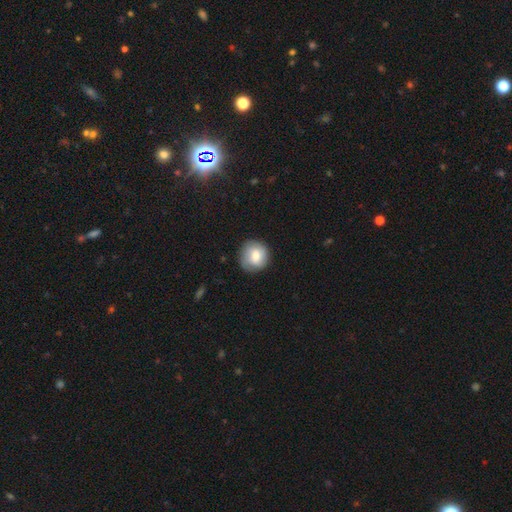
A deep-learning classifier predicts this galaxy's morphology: smooth_or_featured: smooth (p=0.70) [alt: featured or disk p=0.22]
how_rounded: round (p=0.91) [alt: in between p=0.08]
merging: none (p=0.82) [alt: minor disturbance p=0.13]